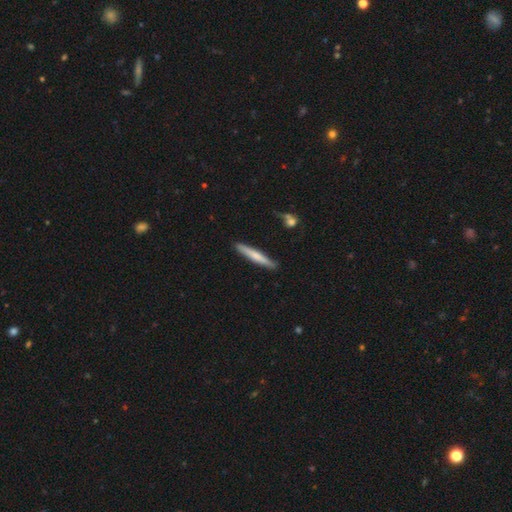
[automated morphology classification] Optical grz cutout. It shows a smooth galaxy with no disk features (61%) that is cigar-shaped (95%). Merging: none (87%).